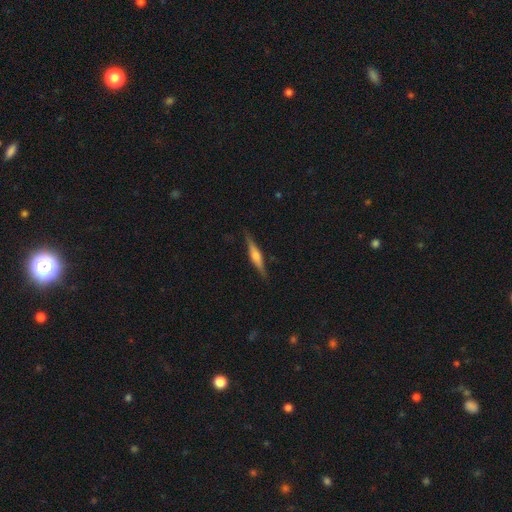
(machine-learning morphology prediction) A featured or disk galaxy (67%) viewed edge-on (97%) with a rounded central bulge (81%). Merging: none (85%).